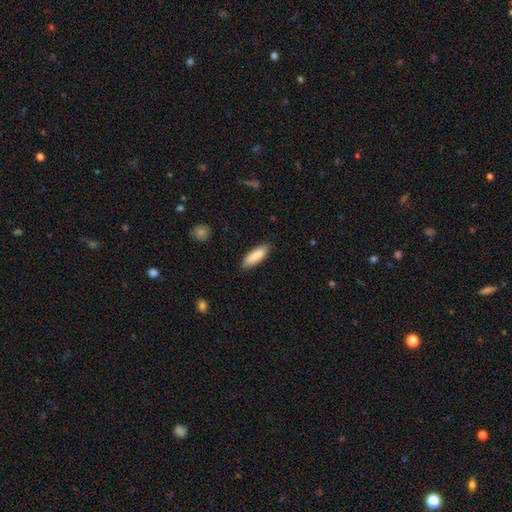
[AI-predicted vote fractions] smooth_or_featured: smooth (p=0.87) [alt: featured or disk p=0.08]
how_rounded: in between (p=0.57) [alt: cigar-shaped p=0.42]
merging: none (p=0.86) [alt: minor disturbance p=0.11]